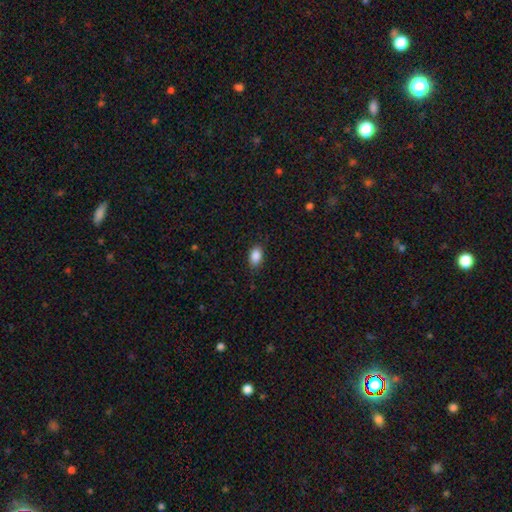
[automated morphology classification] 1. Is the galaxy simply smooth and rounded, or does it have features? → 89% smooth, 8% star or artifact, 4% featured or disk.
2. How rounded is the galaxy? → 89% in between, 9% round, 2% cigar-shaped.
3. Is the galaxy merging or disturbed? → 85% none, 11% minor disturbance, 3% major disturbance, 1% merger.